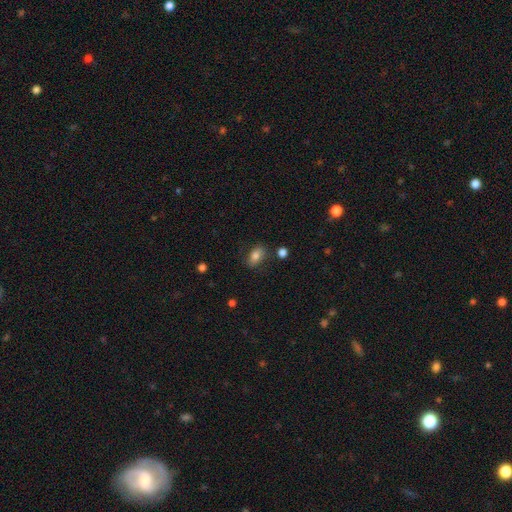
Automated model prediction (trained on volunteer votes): Morphology: type=smooth (78%); roundness=in between (85%); merging=none (78%).